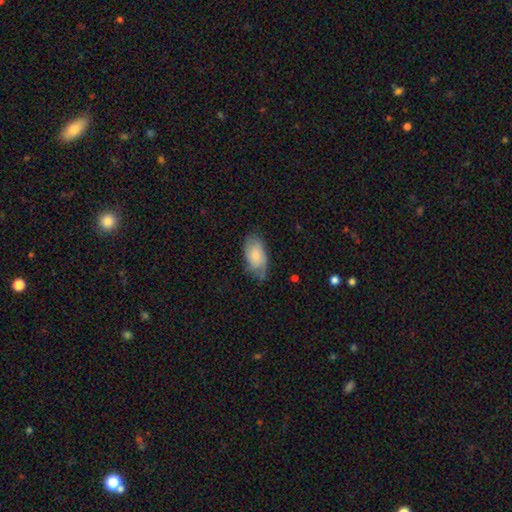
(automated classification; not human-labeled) The model was most divided on "merging": none: 56%, minor disturbance: 33%, major disturbance: 9%, merger: 2%. More confident: how rounded — in between (94%); smooth or featured — smooth (71%).